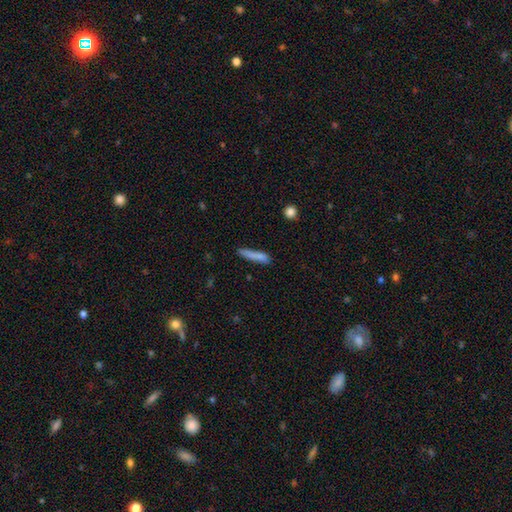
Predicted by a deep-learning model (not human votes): Overall: smooth (78%). How rounded: cigar-shaped (89%). Merging: none (70%).